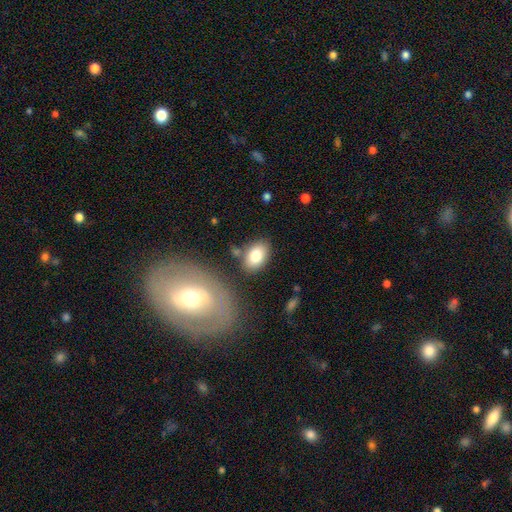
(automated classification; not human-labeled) A smooth galaxy with no disk features (80%) that is in between round and cigar-shaped (85%). Merging: none (76%).